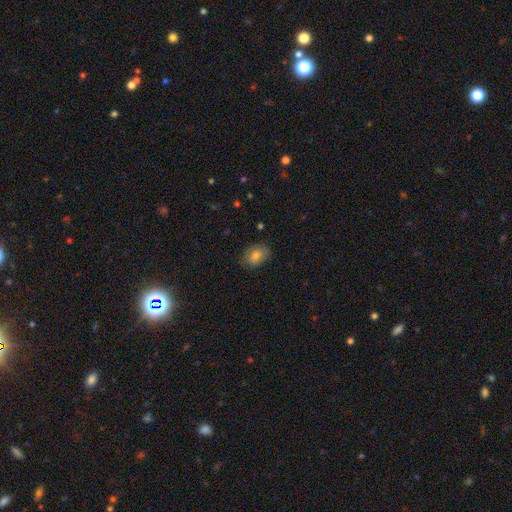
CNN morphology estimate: This appears to be a smooth galaxy with no disk features (78%) that is in between round and cigar-shaped (72%). Merging: none (78%).